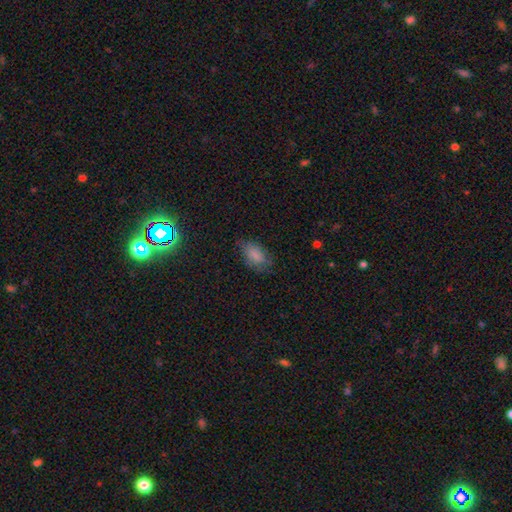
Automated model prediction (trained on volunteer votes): Overall: smooth (82%). How rounded: in between (92%). Merging: none (69%).